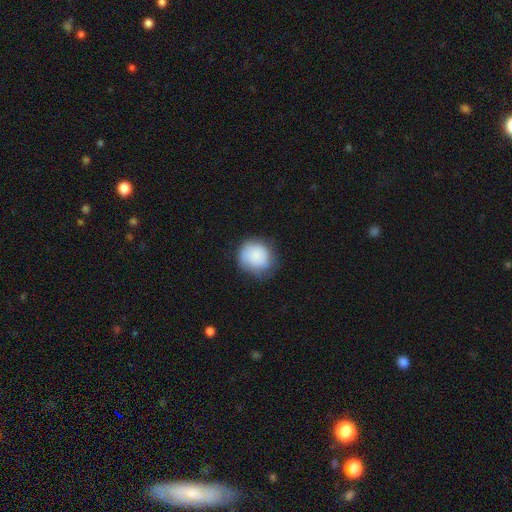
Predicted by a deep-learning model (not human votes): Overall: smooth (83%). How rounded: round (81%). Merging: none (61%; minor disturbance 28%).